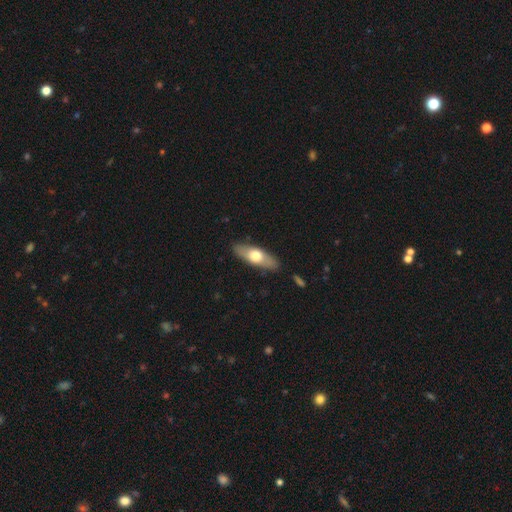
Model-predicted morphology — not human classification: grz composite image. It shows a smooth galaxy with no disk features (57%) that is in between round and cigar-shaped (60%). Merging: none (86%).